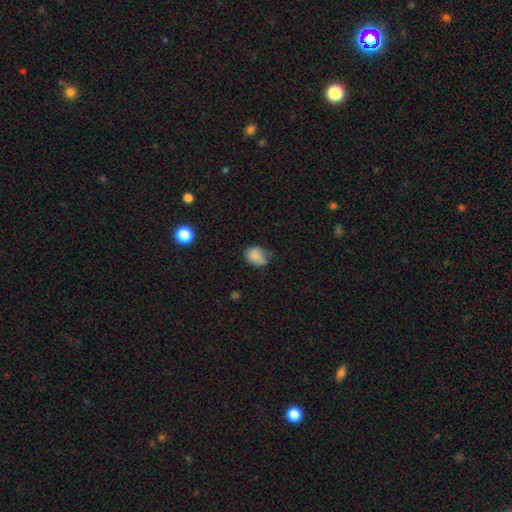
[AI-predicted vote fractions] A smooth galaxy with no disk features (78%) that is in between round and cigar-shaped (60%). Merging: none (46%).